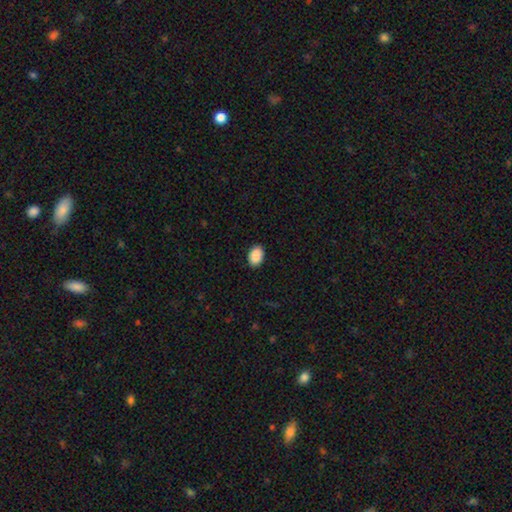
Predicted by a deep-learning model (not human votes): smooth-or-featured: smooth: 90% | star or artifact: 7% | featured or disk: 3%
  how-rounded: in between: 86% | round: 13% | cigar-shaped: 1%
  merging: none: 89% | minor disturbance: 8% | major disturbance: 2% | merger: 1%